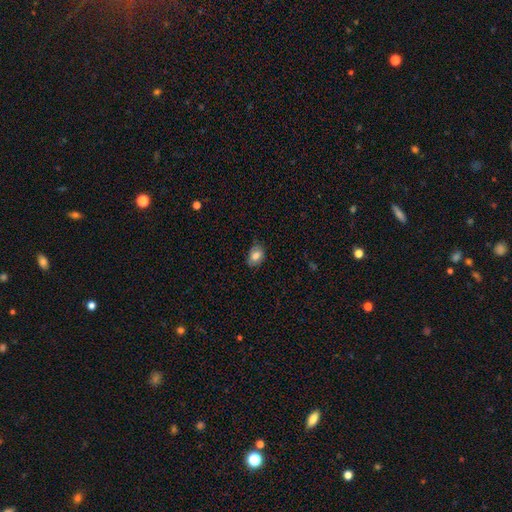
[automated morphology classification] Smooth or featured?
  - smooth: 81% *
  - featured or disk: 11%
  - star or artifact: 8%
How rounded?
  - in between: 77% *
  - round: 22%
  - cigar-shaped: 1%
Merging?
  - none: 73% *
  - minor disturbance: 21%
  - major disturbance: 4%
  - merger: 1%